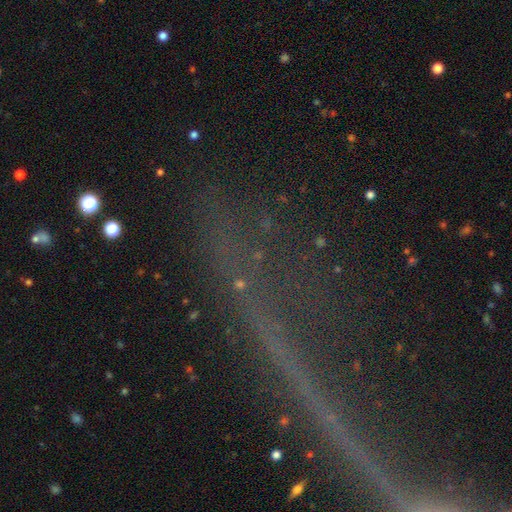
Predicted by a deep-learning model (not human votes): The model was most divided on "smooth or featured": star or artifact: 67%, featured or disk: 20%, smooth: 13%.